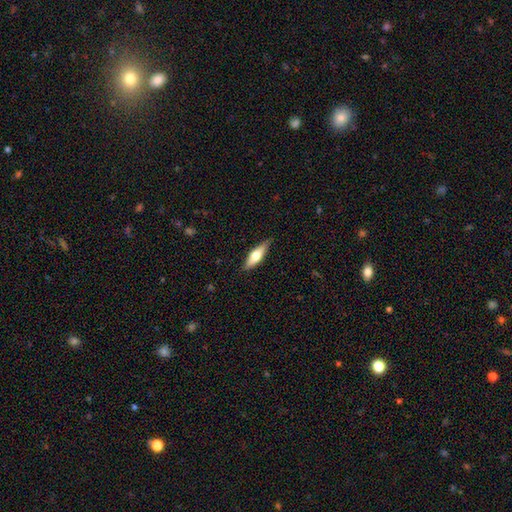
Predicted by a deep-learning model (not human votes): A smooth galaxy with no disk features (53%) that is cigar-shaped (53%).

Vote fractions:
- Smooth or featured? smooth: 53% / featured or disk: 42% / star or artifact: 6%
- How rounded? cigar-shaped: 53% / in between: 45% / round: 2%
- Merging? none: 83% / minor disturbance: 13% / major disturbance: 2% / merger: 1%